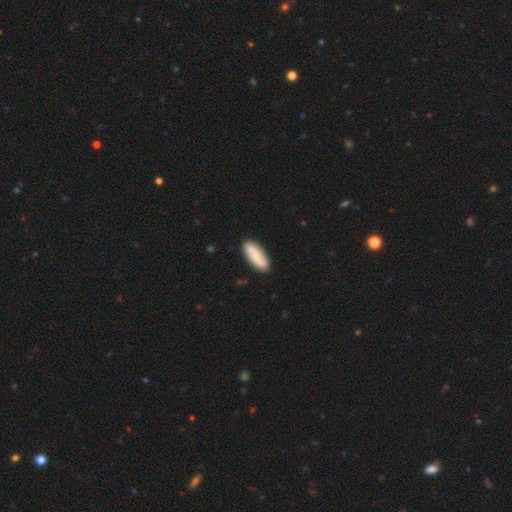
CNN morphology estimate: Smooth or featured: smooth — 67% (featured or disk — 27%)
How rounded: in between — 73% (cigar-shaped — 25%)
Merging: none — 87% (minor disturbance — 9%)